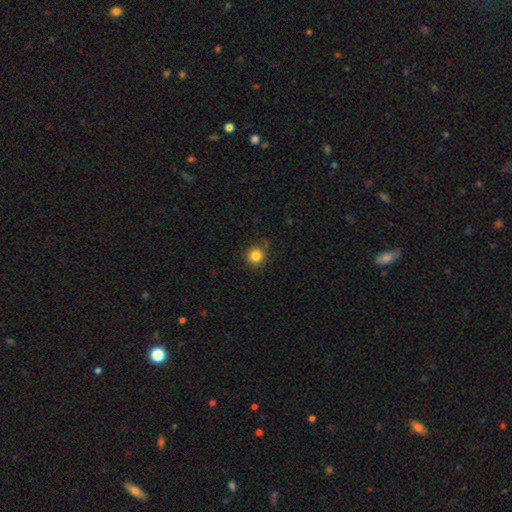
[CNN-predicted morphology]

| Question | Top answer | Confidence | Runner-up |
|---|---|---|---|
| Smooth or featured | smooth | 84% | star or artifact (12%) |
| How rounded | round | 95% | in between (4%) |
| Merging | none | 87% | minor disturbance (9%) |